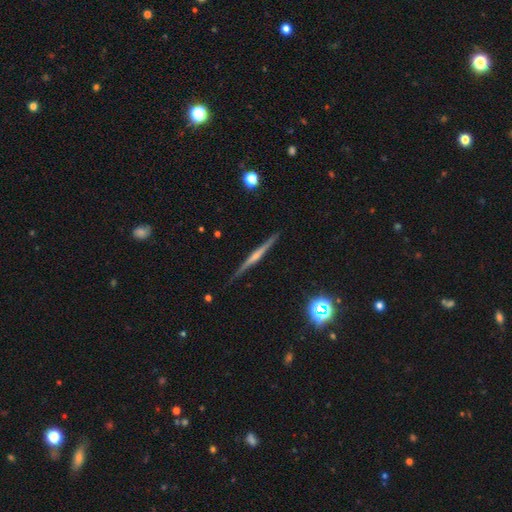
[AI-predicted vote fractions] A featured or disk galaxy (75%) viewed edge-on (98%) with a rounded central bulge (50%). Merging: none (89%).